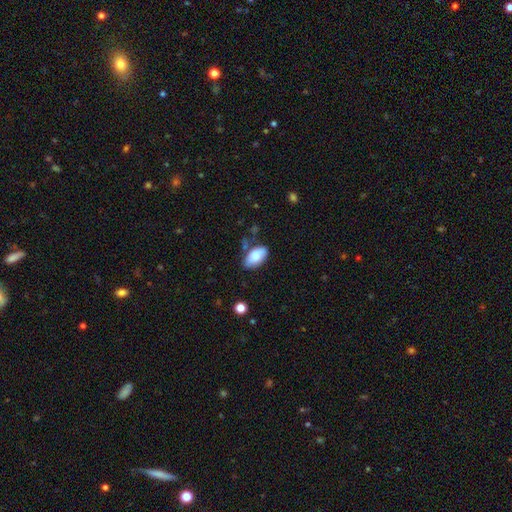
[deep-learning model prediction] A smooth galaxy with no disk features (80%) that is in between round and cigar-shaped (94%).

Vote fractions:
- Smooth or featured? smooth: 80% / featured or disk: 13% / star or artifact: 7%
- How rounded? in between: 94% / round: 3% / cigar-shaped: 2%
- Merging? none: 67% / minor disturbance: 22% / merger: 7% / major disturbance: 5%